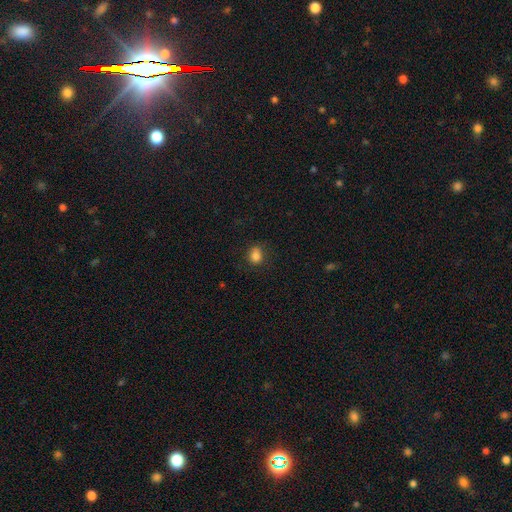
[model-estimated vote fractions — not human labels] Q: Smooth or featured?
A: smooth (83%); runner-up: star or artifact (12%)
Q: How rounded?
A: round (67%); runner-up: in between (32%)
Q: Merging?
A: none (74%); runner-up: minor disturbance (18%)